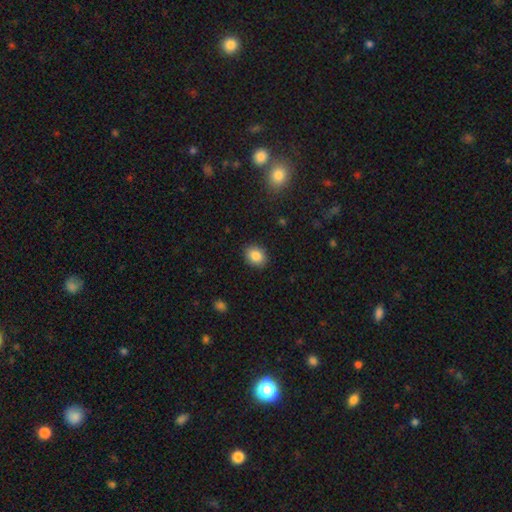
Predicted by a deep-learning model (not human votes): smooth-or-featured: smooth: 86% | star or artifact: 9% | featured or disk: 5%
  how-rounded: round: 52% | in between: 47% | cigar-shaped: 1%
  merging: none: 89% | minor disturbance: 7% | major disturbance: 2% | merger: 1%